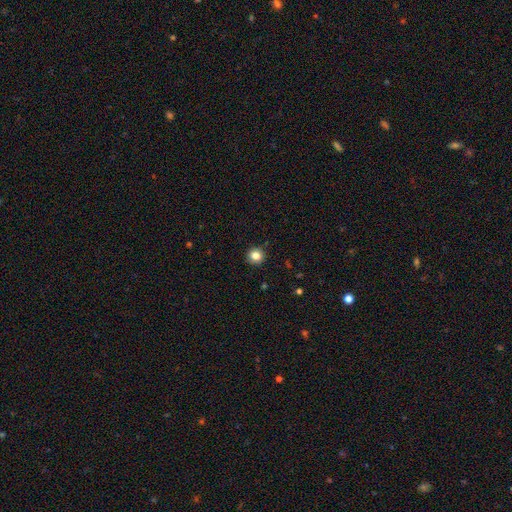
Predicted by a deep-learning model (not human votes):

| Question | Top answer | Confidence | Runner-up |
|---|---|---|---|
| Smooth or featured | smooth | 83% | star or artifact (12%) |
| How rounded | round | 94% | in between (5%) |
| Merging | none | 92% | minor disturbance (5%) |